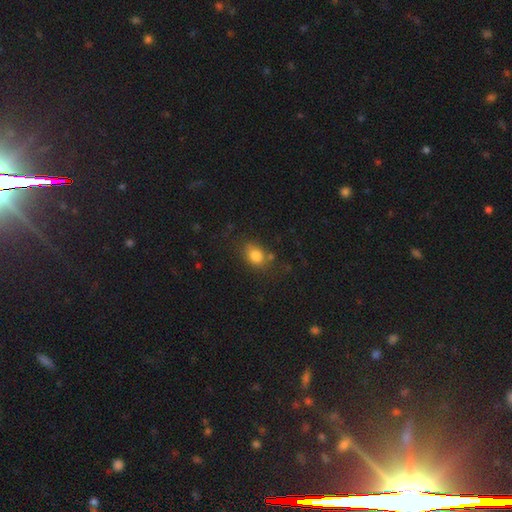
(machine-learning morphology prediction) smooth 82%, star or artifact 11%, featured or disk 8%. Down the decision tree: how rounded — in between (63%); merging — none (69%).